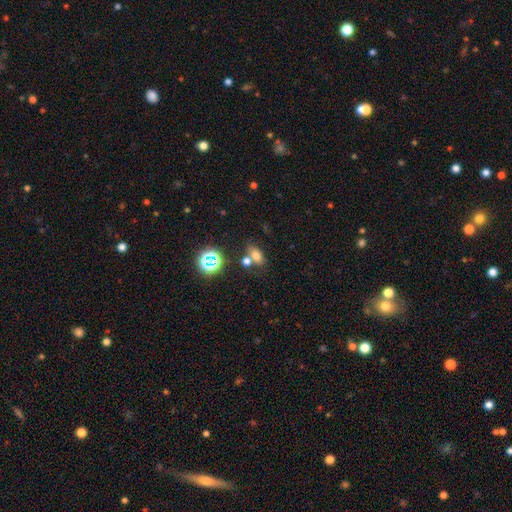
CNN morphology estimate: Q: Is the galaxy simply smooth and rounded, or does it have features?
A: smooth — 68%.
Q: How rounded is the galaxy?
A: in between — 77%.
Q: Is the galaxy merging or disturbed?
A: none — 52%.